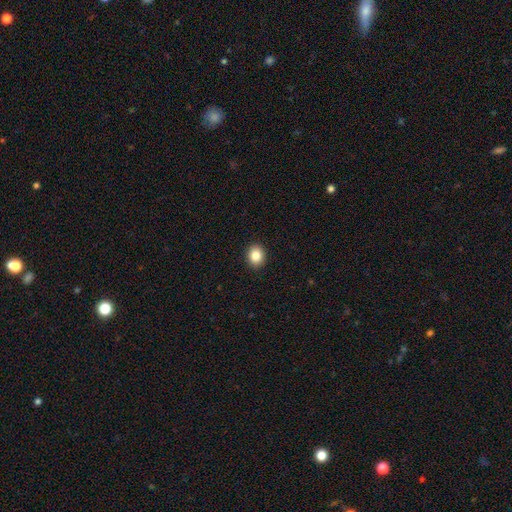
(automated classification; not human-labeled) smooth 84%, star or artifact 10%, featured or disk 6%. Down the decision tree: how rounded — round (61%); merging — none (92%).